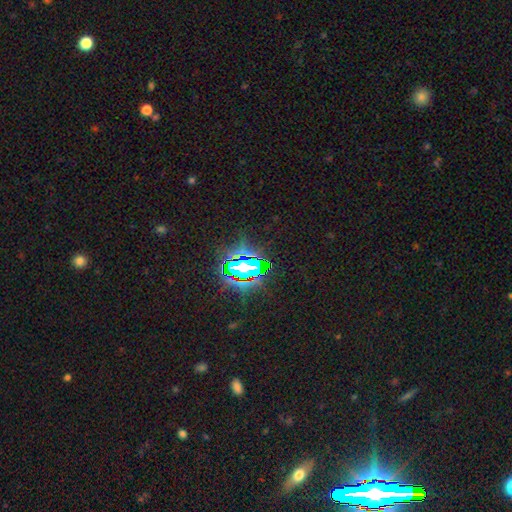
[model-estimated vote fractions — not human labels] This appears to be a star or artifact, not a galaxy (77%).